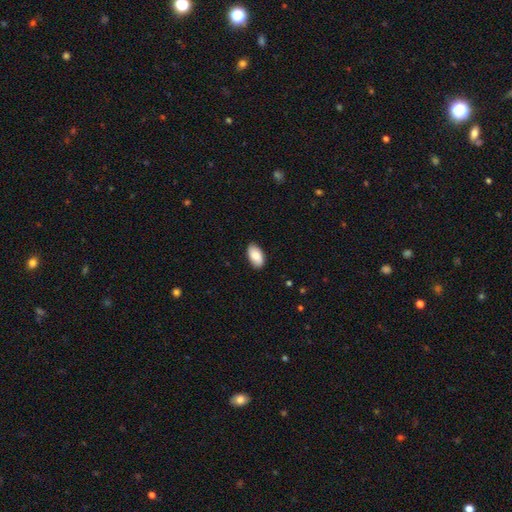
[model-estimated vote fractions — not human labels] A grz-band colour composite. It shows a smooth galaxy with no disk features (86%) that is in between round and cigar-shaped (95%). Merging: none (86%).